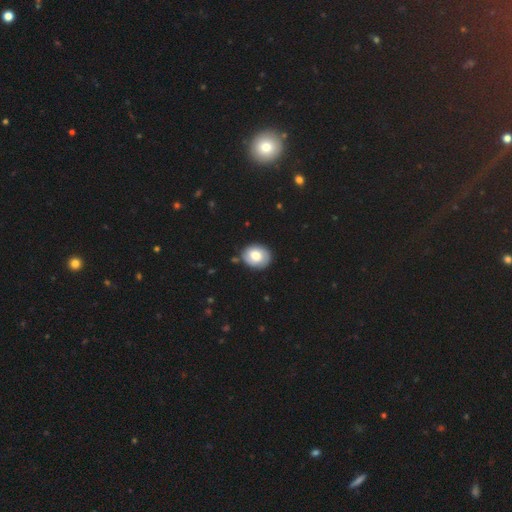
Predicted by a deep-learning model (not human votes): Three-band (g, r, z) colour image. It shows a smooth galaxy with no disk features (66%) that is round (59%). Merging: none (82%).